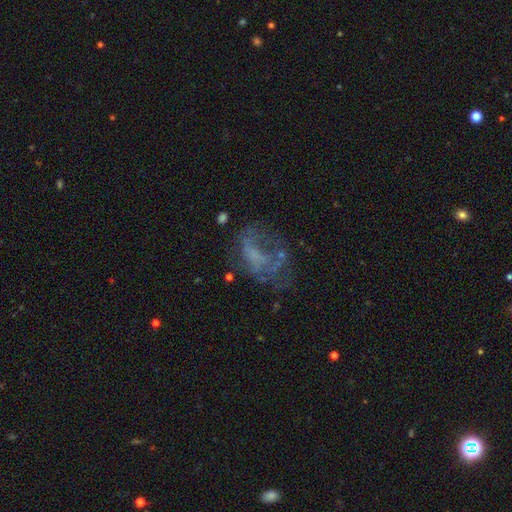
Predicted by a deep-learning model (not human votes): Q: Smooth or featured?
A: featured or disk (55%); runner-up: smooth (25%)
Q: Edge-on disk?
A: no (97%); runner-up: yes (3%)
Q: Bar?
A: no (81%); runner-up: weak (15%)
Q: Spiral arms?
A: no (77%); runner-up: yes (23%)
Q: Bulge size?
A: none (69%); runner-up: small (16%)
Q: Merging?
A: major disturbance (42%); runner-up: none (35%)